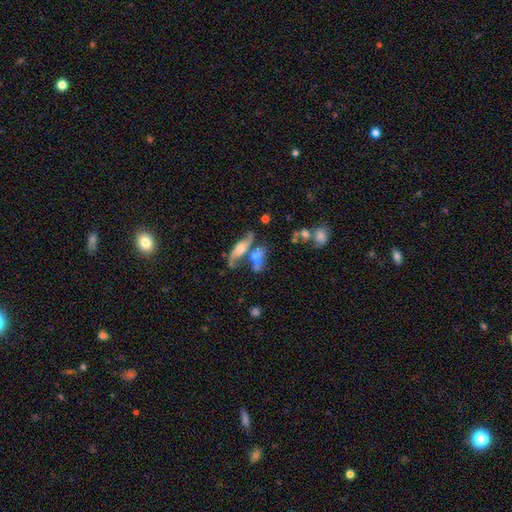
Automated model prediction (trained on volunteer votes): This appears to be a featured or disk galaxy (46%). Merging: merger (48%).